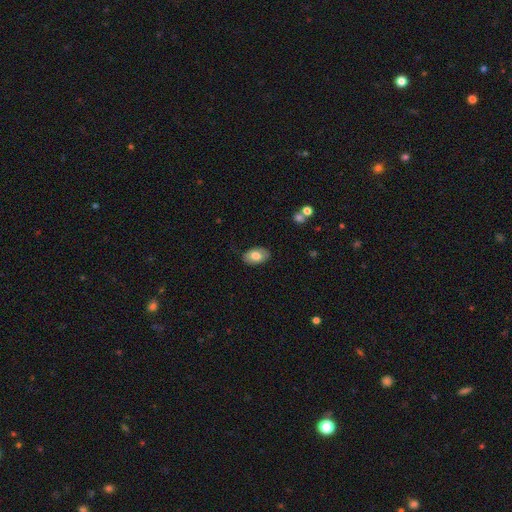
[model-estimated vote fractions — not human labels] smooth 76%, featured or disk 17%, star or artifact 7%. Down the decision tree: how rounded — in between (91%); merging — none (84%).